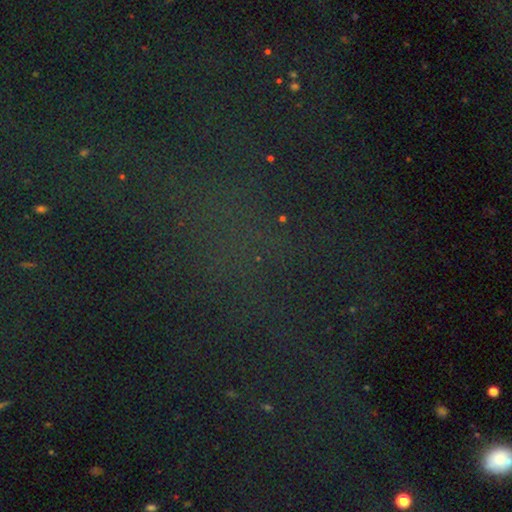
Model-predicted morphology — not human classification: This is likely a star or artifact rather than a galaxy (74%).